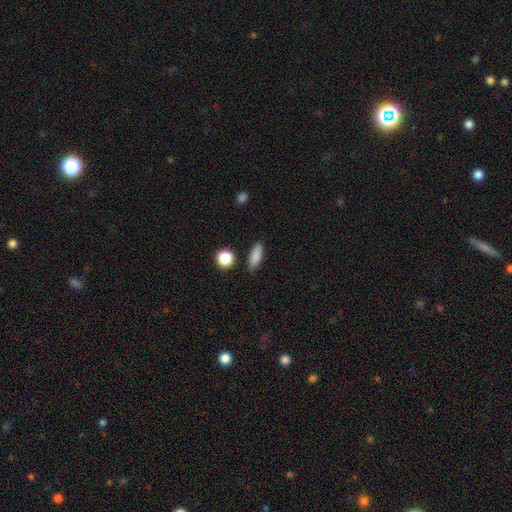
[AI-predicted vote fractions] This is clearly a smooth galaxy (86%). How rounded: likely in between (63%). Merging: clearly none (84%).